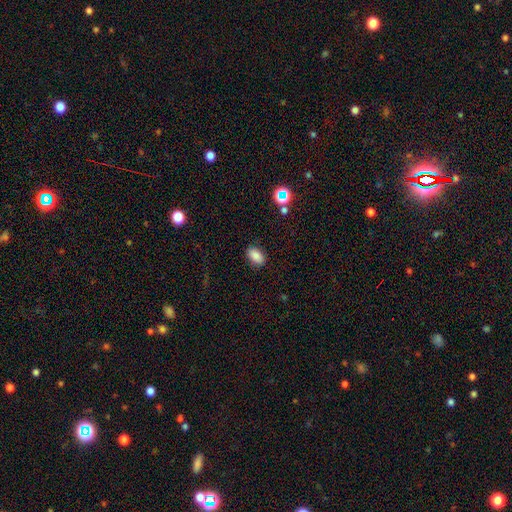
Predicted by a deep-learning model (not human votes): smooth-or-featured: smooth: 83% | star or artifact: 11% | featured or disk: 7%
  how-rounded: in between: 89% | round: 9% | cigar-shaped: 2%
  merging: none: 86% | minor disturbance: 10% | major disturbance: 3% | merger: 1%